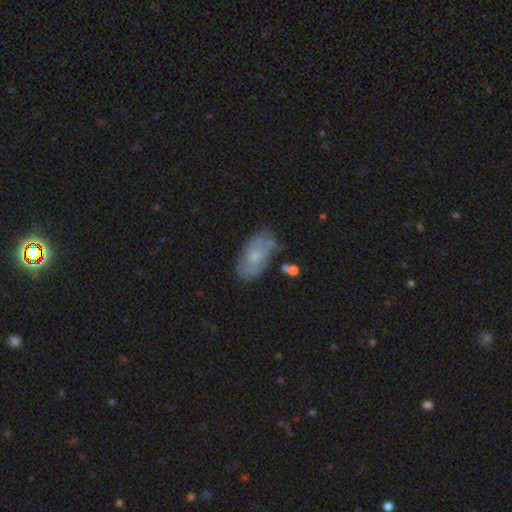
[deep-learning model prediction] Overall: smooth (52%; featured or disk 41%). How rounded: in between (92%). Merging: none (62%; minor disturbance 24%).